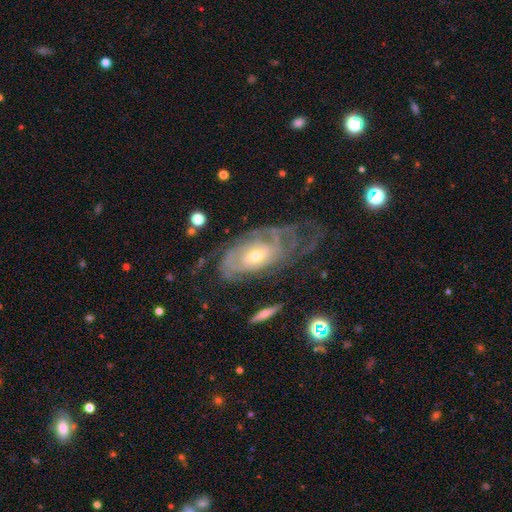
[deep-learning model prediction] Smooth or featured?
  - featured or disk: 82% *
  - smooth: 11%
  - star or artifact: 7%
Edge-on disk?
  - no: 92% *
  - yes: 8%
Bar?
  - no: 71% *
  - weak: 23%
  - strong: 6%
Spiral arms?
  - yes: 87% *
  - no: 13%
Spiral winding?
  - tight: 67% *
  - medium: 24%
  - loose: 8%
Spiral arm count?
  - can't tell: 54% *
  - 2: 18%
  - 3: 11%
  - 4: 7%
  - 1: 5%
  - more than 4: 5%
Bulge size?
  - moderate: 54% *
  - small: 41%
  - large: 4%
  - none: 1%
  - dominant: 1%
Merging?
  - none: 50% *
  - major disturbance: 24%
  - minor disturbance: 23%
  - merger: 3%